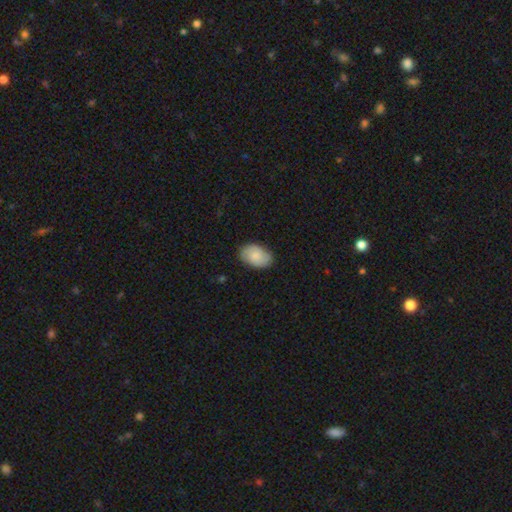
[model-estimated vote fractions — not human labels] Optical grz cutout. It shows a smooth galaxy with no disk features (74%) that is in between round and cigar-shaped (89%). Merging: none (81%).